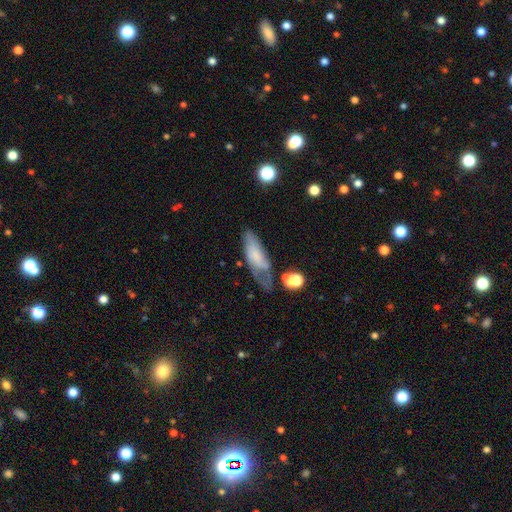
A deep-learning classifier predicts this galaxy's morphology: Smooth or featured: smooth — 53% (featured or disk — 38%)
How rounded: in between — 64% (cigar-shaped — 33%)
Merging: none — 34% (minor disturbance — 30%)